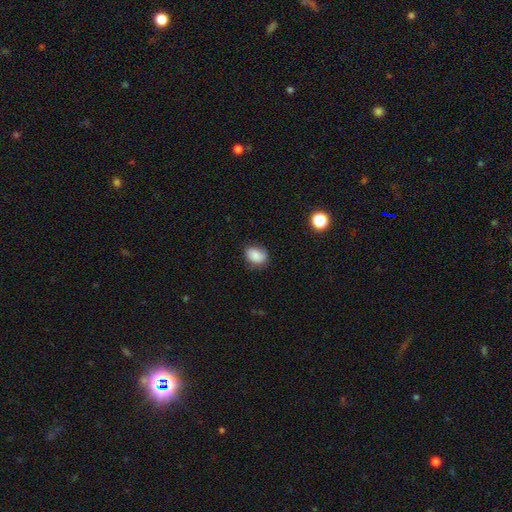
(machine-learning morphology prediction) This is clearly a smooth galaxy (83%). How rounded: likely in between (64%). Merging: likely none (75%).